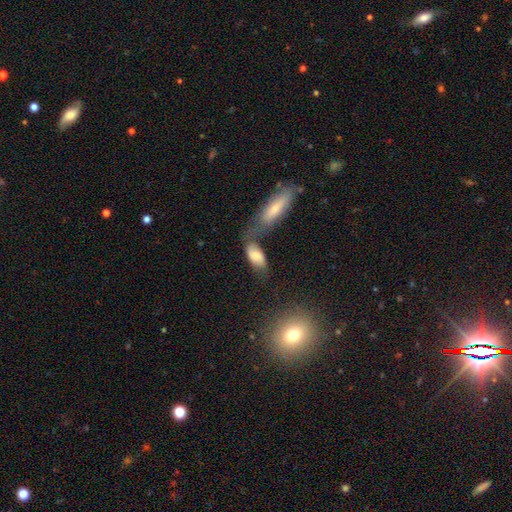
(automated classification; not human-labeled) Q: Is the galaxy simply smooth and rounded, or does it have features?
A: smooth — 65%.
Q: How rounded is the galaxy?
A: in between — 85%.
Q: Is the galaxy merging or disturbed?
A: none — 38%.